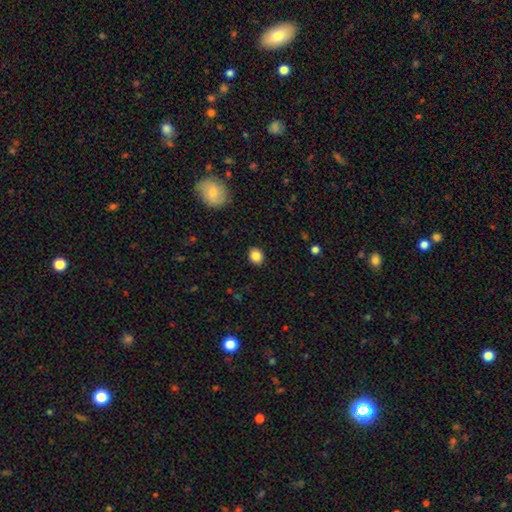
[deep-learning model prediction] smooth-or-featured: smooth: 86% | star or artifact: 10% | featured or disk: 5%
  how-rounded: round: 67% | in between: 32% | cigar-shaped: 1%
  merging: none: 90% | minor disturbance: 7% | major disturbance: 2% | merger: 1%